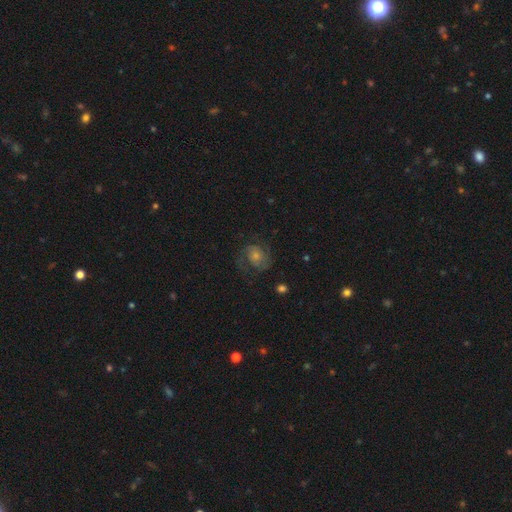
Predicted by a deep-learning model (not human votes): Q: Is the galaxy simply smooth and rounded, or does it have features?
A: featured or disk — 65%.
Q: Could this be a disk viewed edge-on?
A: no — 97%.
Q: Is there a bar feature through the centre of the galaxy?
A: no — 68%.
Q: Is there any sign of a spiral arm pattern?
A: yes — 92%.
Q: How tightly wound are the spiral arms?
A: medium — 48%.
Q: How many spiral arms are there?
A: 2 — 72%.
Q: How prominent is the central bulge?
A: moderate — 44%.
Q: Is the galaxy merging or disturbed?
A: none — 72%.